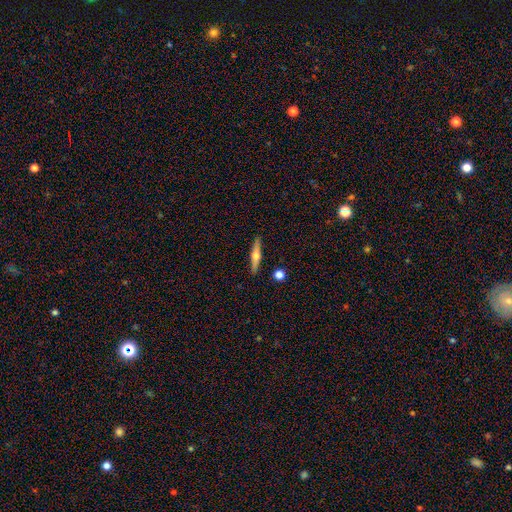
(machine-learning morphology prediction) Smooth or featured?
  - featured or disk: 60% *
  - smooth: 34%
  - star or artifact: 7%
Edge-on disk?
  - yes: 96% *
  - no: 4%
Edge-on bulge?
  - rounded: 92% *
  - none: 4%
  - boxy: 4%
Merging?
  - none: 89% *
  - minor disturbance: 7%
  - merger: 2%
  - major disturbance: 2%